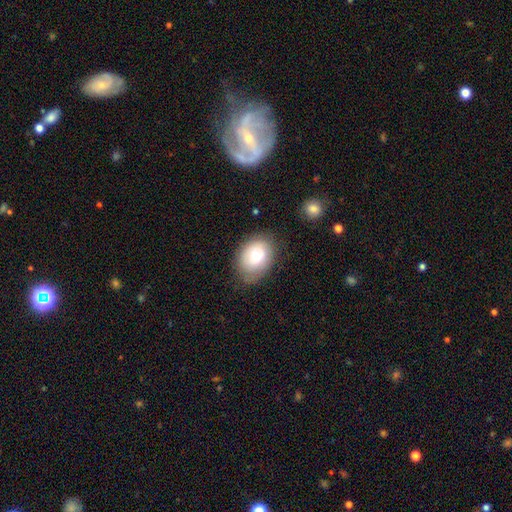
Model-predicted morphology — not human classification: smooth_or_featured: smooth (p=0.68) [alt: featured or disk p=0.23]
how_rounded: in between (p=0.66) [alt: round p=0.33]
merging: none (p=0.74) [alt: minor disturbance p=0.19]